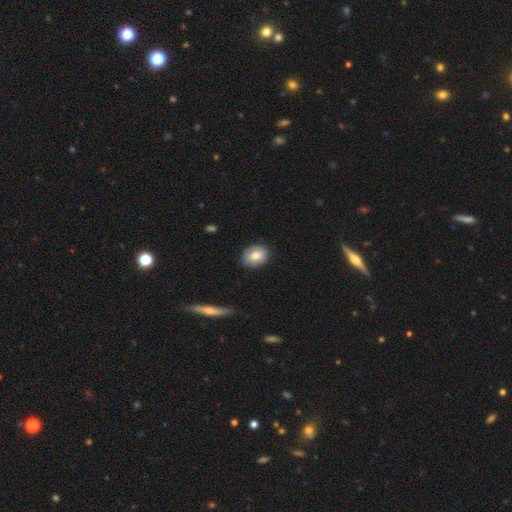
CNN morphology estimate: A smooth galaxy with no disk features (76%) that is round (51%).

Vote fractions:
- Smooth or featured? smooth: 76% / featured or disk: 16% / star or artifact: 8%
- How rounded? round: 51% / in between: 48% / cigar-shaped: 1%
- Merging? none: 85% / minor disturbance: 12% / major disturbance: 2% / merger: 1%